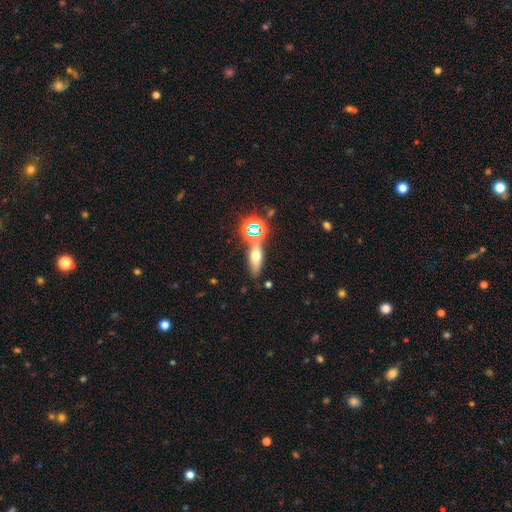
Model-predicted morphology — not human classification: This is possibly a smooth galaxy (51%). How rounded: possibly in between (46%). Merging: likely none (72%).